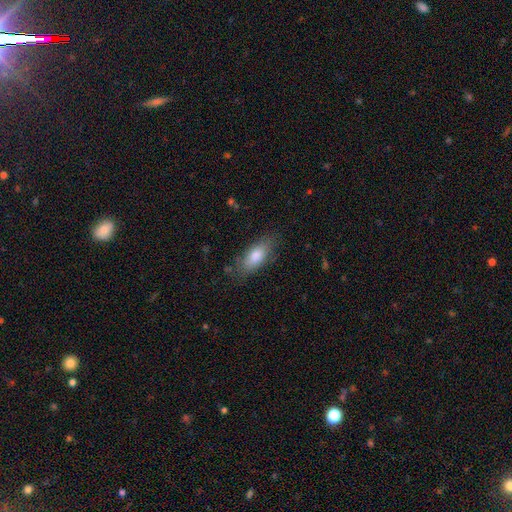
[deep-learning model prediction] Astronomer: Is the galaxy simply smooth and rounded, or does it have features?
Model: smooth — 80%.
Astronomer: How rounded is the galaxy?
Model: in between — 79%.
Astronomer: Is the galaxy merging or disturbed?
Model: none — 76%.